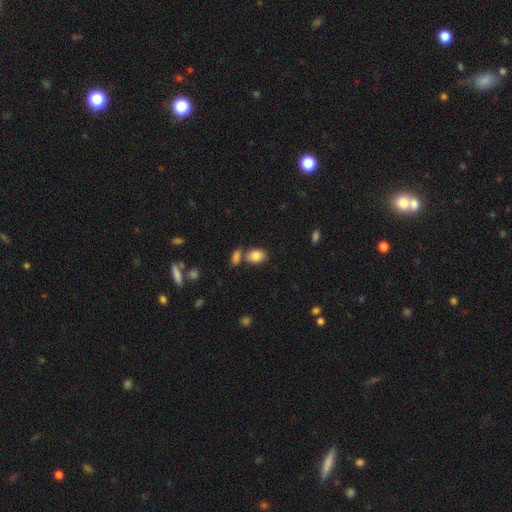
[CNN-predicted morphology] This is clearly a smooth galaxy (84%). How rounded: likely in between (77%). Merging: likely none (61%).